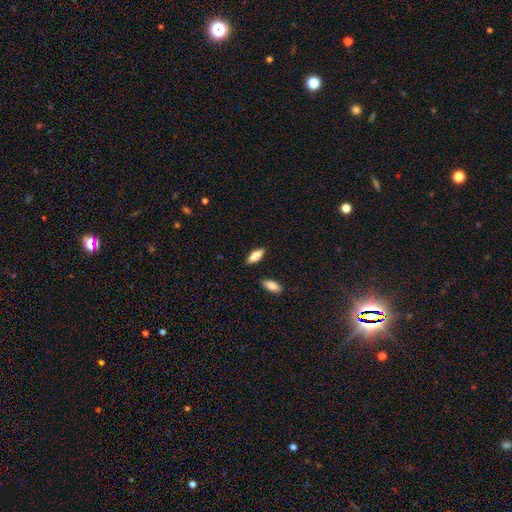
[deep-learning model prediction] A smooth galaxy with no disk features (73%) that is in between round and cigar-shaped (71%). Merging: none (86%).